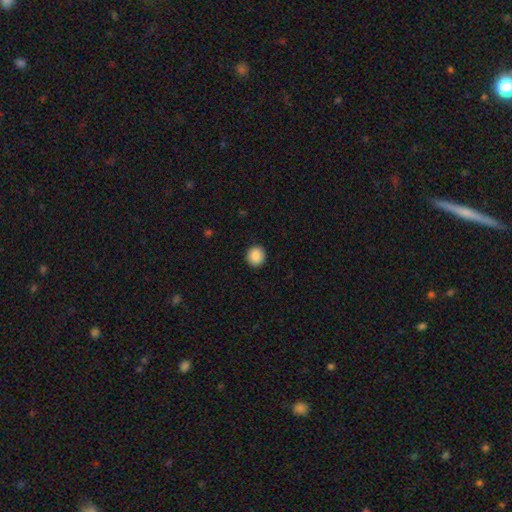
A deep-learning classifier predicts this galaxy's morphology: A smooth galaxy with no disk features (89%) that is round (90%). Merging: none (92%).